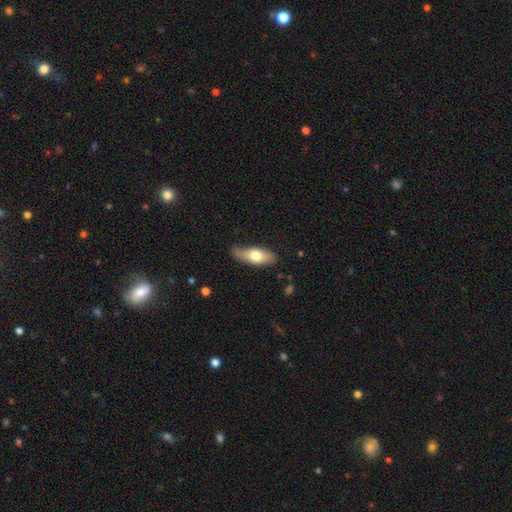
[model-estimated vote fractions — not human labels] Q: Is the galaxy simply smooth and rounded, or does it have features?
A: smooth — 63%.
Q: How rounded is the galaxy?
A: in between — 69%.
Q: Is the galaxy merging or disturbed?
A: none — 69%.